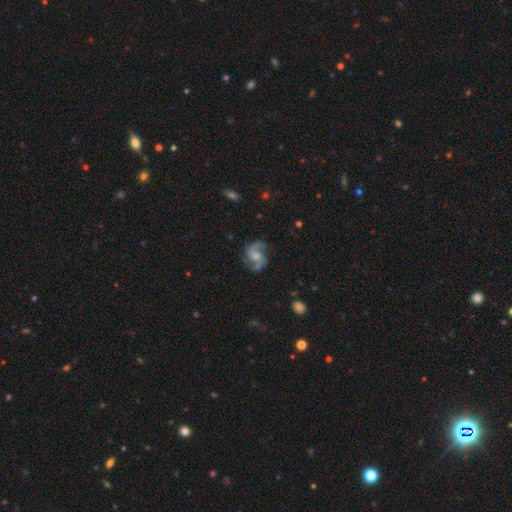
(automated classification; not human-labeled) Smooth or featured? featured or disk (80%)
Edge-on disk? no (98%)
Bar? no (59%)
Spiral arms? yes (95%)
Spiral winding? medium (51%)
Spiral arm count? 2 (79%)
Bulge size? moderate (46%)
Merging? none (69%)